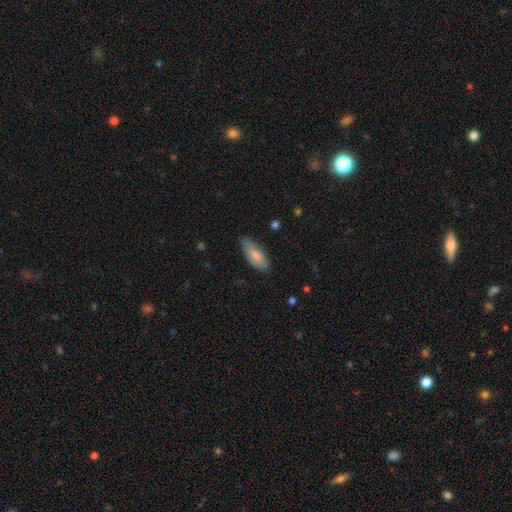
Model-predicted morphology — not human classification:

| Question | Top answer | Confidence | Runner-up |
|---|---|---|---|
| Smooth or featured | smooth | 80% | featured or disk (14%) |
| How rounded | in between | 79% | cigar-shaped (19%) |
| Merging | none | 72% | minor disturbance (23%) |